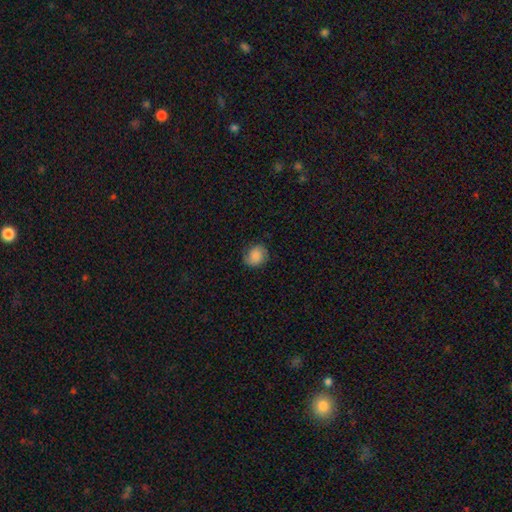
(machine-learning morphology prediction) This is possibly a smooth galaxy (56%). How rounded: likely round (62%). Merging: likely none (76%).